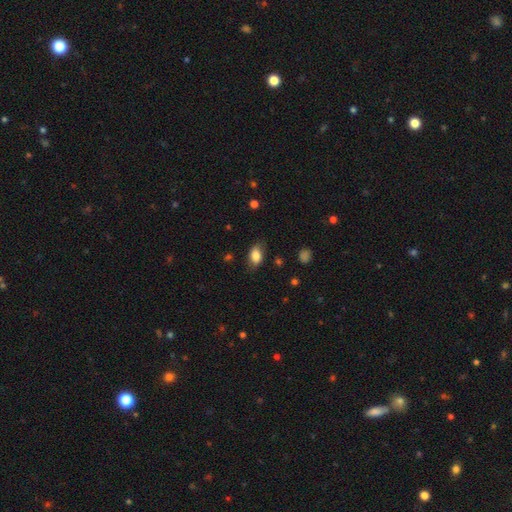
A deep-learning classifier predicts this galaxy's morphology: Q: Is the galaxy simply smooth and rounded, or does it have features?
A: smooth — 82%.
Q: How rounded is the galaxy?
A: in between — 88%.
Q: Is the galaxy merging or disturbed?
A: none — 75%.